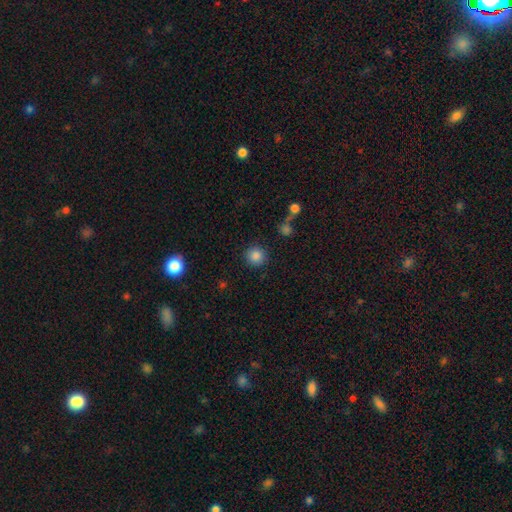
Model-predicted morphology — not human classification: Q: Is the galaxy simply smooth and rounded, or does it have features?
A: smooth — 86%.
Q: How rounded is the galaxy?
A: round — 94%.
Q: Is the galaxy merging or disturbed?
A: none — 88%.